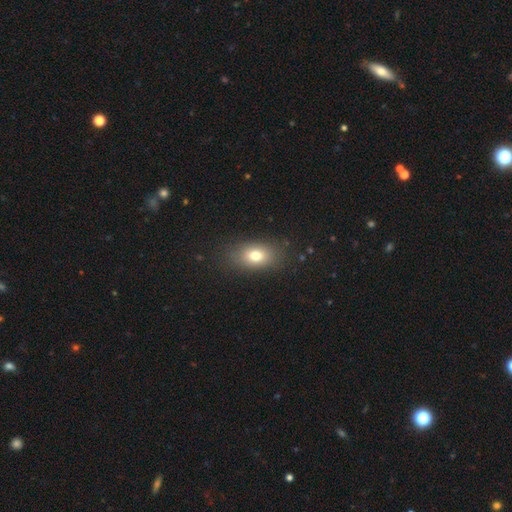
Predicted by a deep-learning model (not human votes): Overall: smooth (75%). How rounded: in between (81%). Merging: none (83%).